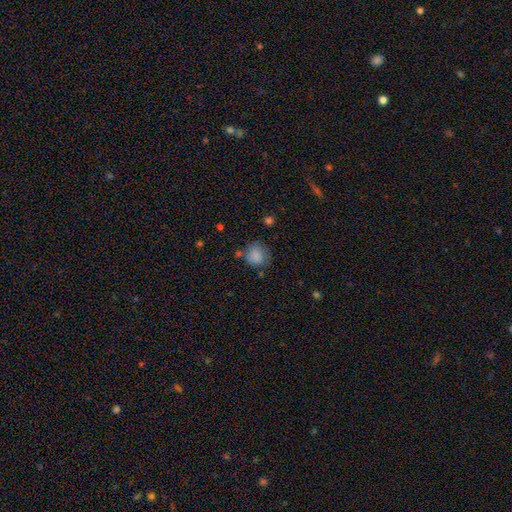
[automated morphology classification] smooth-or-featured: smooth: 84% | star or artifact: 9% | featured or disk: 7%
  how-rounded: round: 78% | in between: 21% | cigar-shaped: 1%
  merging: none: 64% | minor disturbance: 23% | major disturbance: 8% | merger: 6%